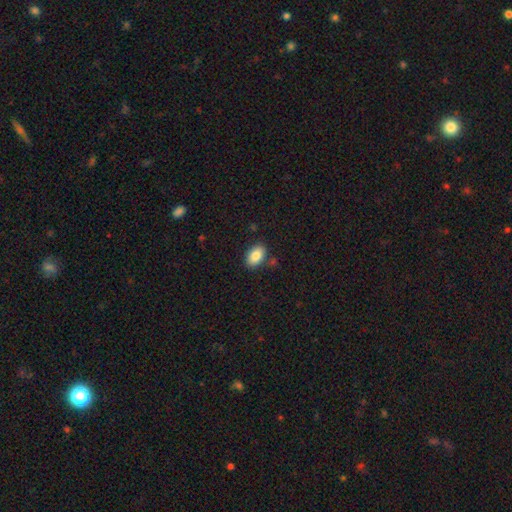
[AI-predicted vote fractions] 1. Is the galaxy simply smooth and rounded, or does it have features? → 85% smooth, 7% star or artifact, 7% featured or disk.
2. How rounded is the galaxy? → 88% in between, 10% round, 1% cigar-shaped.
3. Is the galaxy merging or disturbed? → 83% none, 11% minor disturbance, 4% merger, 3% major disturbance.